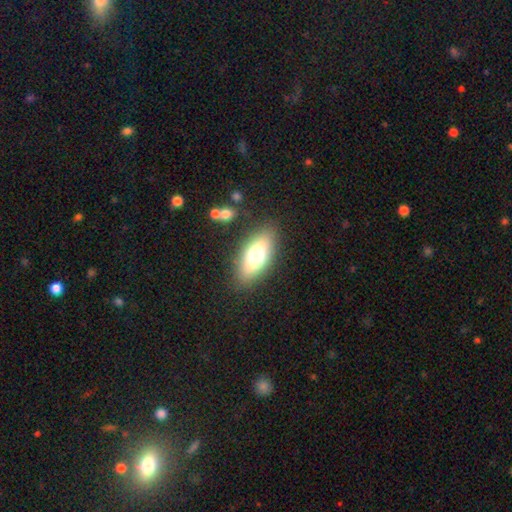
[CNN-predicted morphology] Overall: smooth (68%). How rounded: in between (81%). Merging: none (84%).